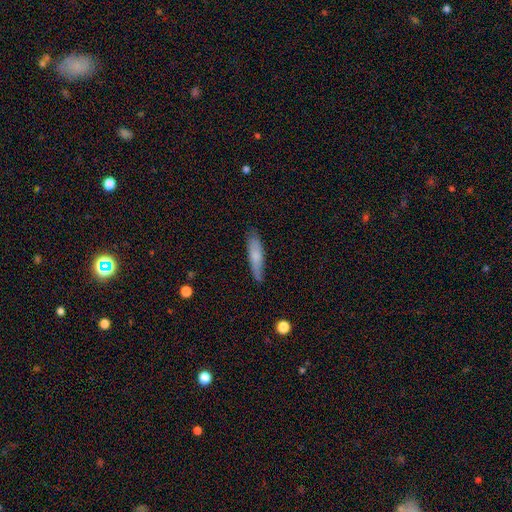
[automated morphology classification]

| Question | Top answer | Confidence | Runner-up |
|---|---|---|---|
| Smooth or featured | smooth | 72% | featured or disk (21%) |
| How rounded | cigar-shaped | 77% | in between (21%) |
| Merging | none | 79% | minor disturbance (17%) |